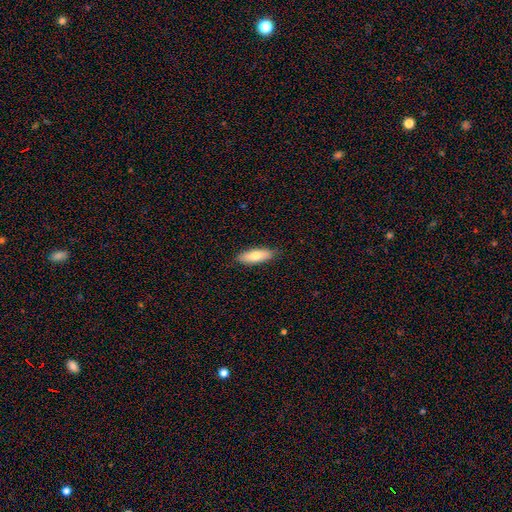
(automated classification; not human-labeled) Smooth or featured? Predicted: smooth (p=0.75). How rounded? Predicted: in between (p=0.55). Merging? Predicted: none (p=0.87).